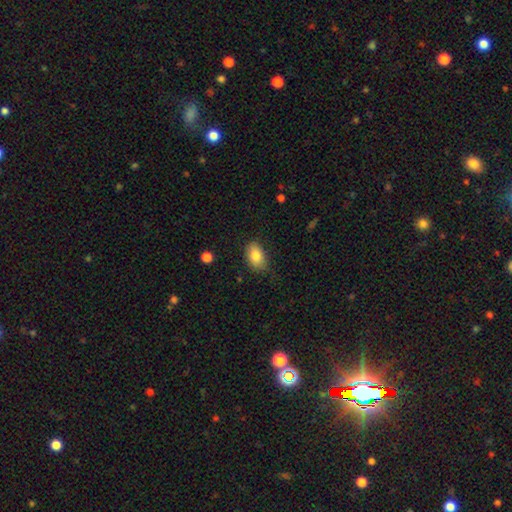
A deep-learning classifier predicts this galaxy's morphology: This appears to be a smooth galaxy with no disk features (83%) that is in between round and cigar-shaped (88%). Merging: none (76%).